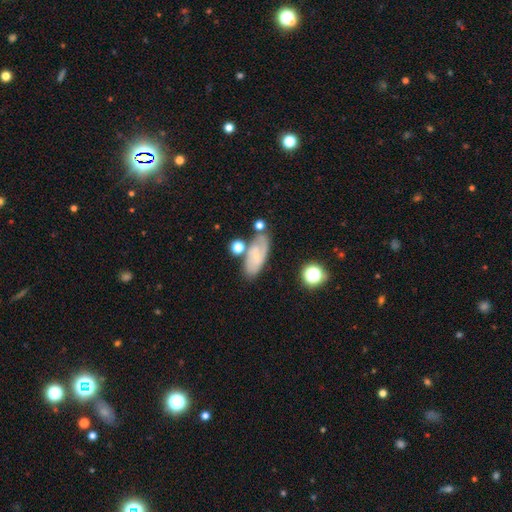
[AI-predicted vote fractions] smooth_or_featured: featured or disk (p=0.53) [alt: smooth p=0.37]
disk_edge_on: no (p=0.91) [alt: yes p=0.09]
merging: none (p=0.65) [alt: minor disturbance p=0.19]